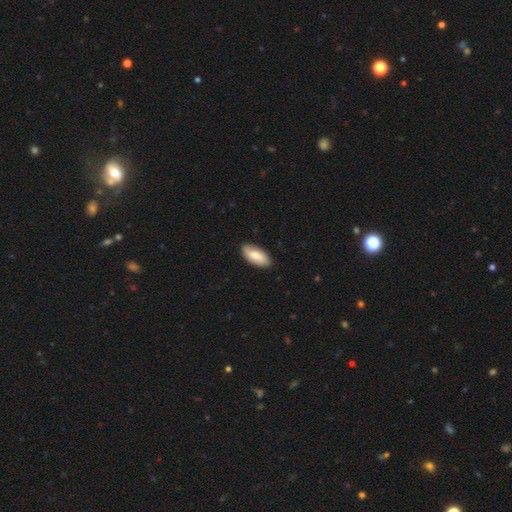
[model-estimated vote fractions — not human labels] Overall: smooth (68%). How rounded: in between (92%). Merging: none (85%).